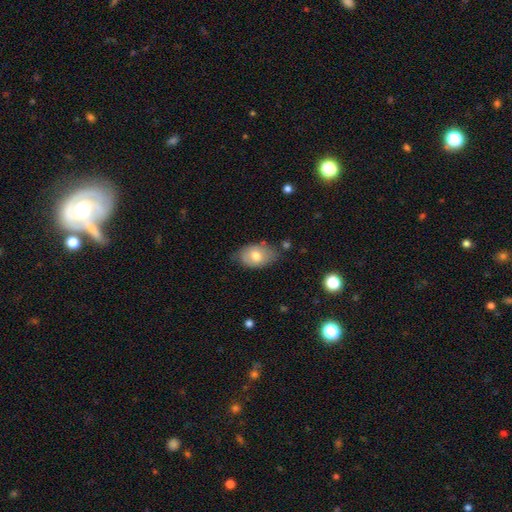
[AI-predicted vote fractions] Overall: smooth (72%). How rounded: in between (87%). Merging: none (64%; minor disturbance 27%).